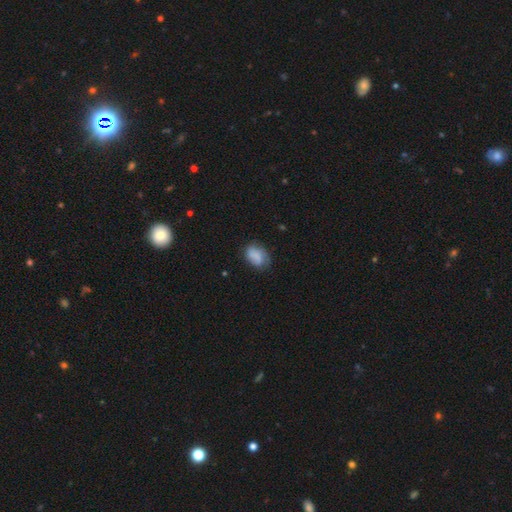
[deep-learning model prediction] Smooth or featured? smooth (74%)
How rounded? in between (78%)
Merging? none (62%)